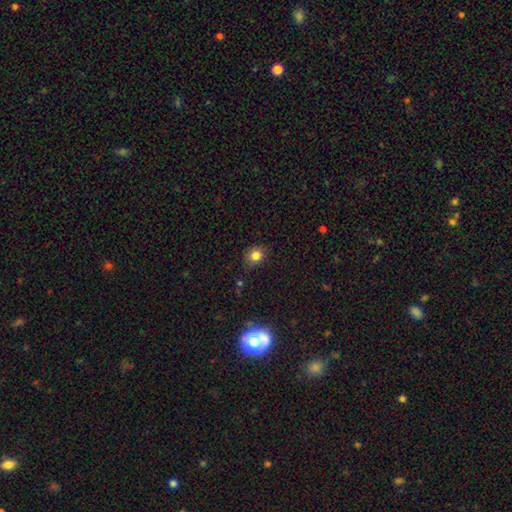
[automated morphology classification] A smooth galaxy with no disk features (81%) that is round (66%).

Vote fractions:
- Smooth or featured? smooth: 81% / star or artifact: 13% / featured or disk: 6%
- How rounded? round: 66% / in between: 33% / cigar-shaped: 1%
- Merging? none: 82% / minor disturbance: 13% / major disturbance: 3% / merger: 2%